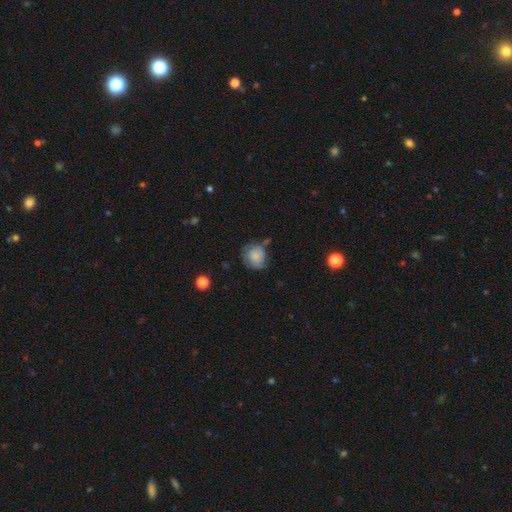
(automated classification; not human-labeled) smooth-or-featured: smooth: 77% | featured or disk: 15% | star or artifact: 8%
  how-rounded: round: 78% | in between: 21% | cigar-shaped: 1%
  merging: none: 53% | minor disturbance: 31% | major disturbance: 10% | merger: 7%